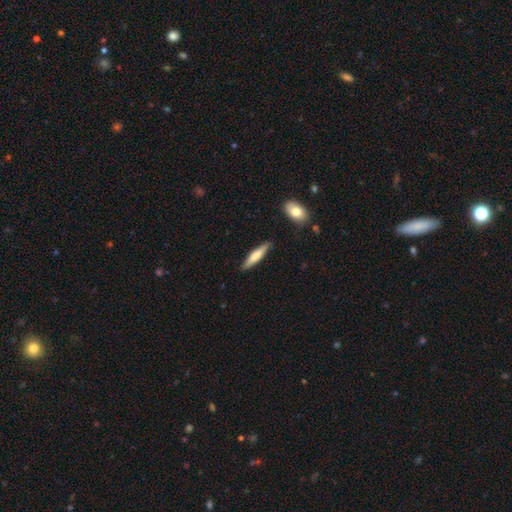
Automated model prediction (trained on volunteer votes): A smooth galaxy with no disk features (60%) that is cigar-shaped (85%). Merging: none (86%).